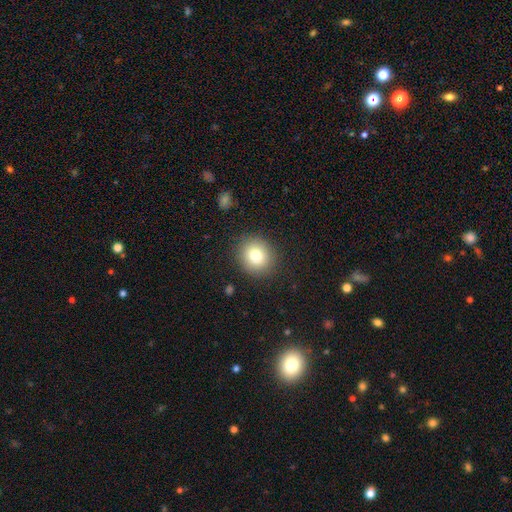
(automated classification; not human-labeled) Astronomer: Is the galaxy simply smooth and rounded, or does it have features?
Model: smooth — 79%.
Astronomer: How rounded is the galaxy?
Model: round — 84%.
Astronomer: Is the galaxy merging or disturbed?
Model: none — 88%.